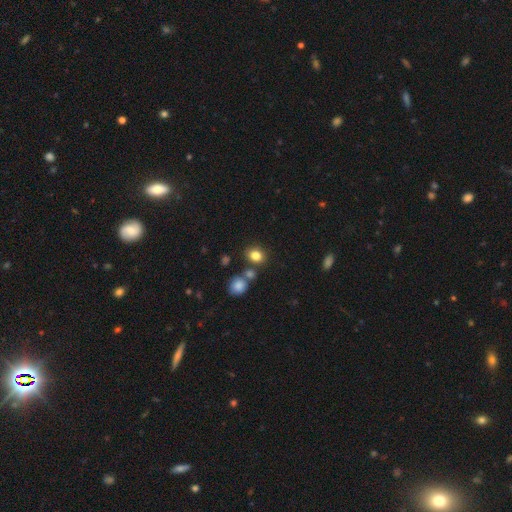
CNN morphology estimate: Smooth or featured? smooth (82%)
How rounded? round (57%)
Merging? none (73%)